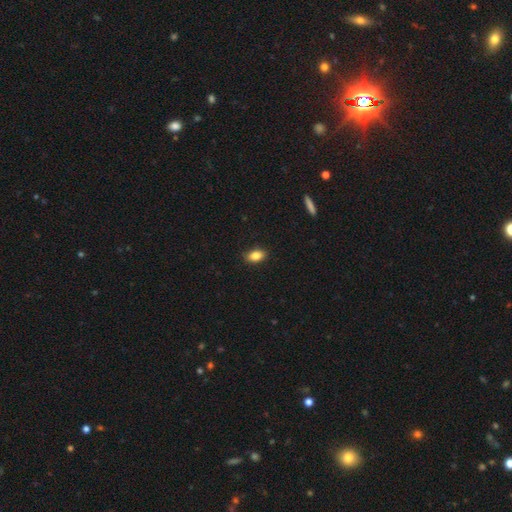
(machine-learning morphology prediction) This is clearly a smooth galaxy (85%). How rounded: clearly in between (88%). Merging: clearly none (87%).